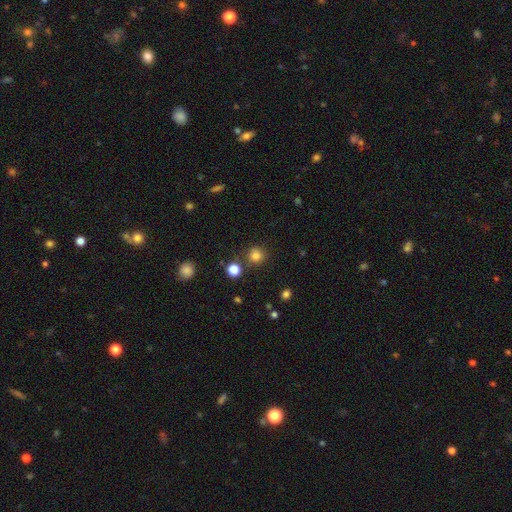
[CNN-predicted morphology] Smooth or featured: smooth — 80% (star or artifact — 15%)
How rounded: round — 91% (in between — 8%)
Merging: none — 82% (minor disturbance — 9%)